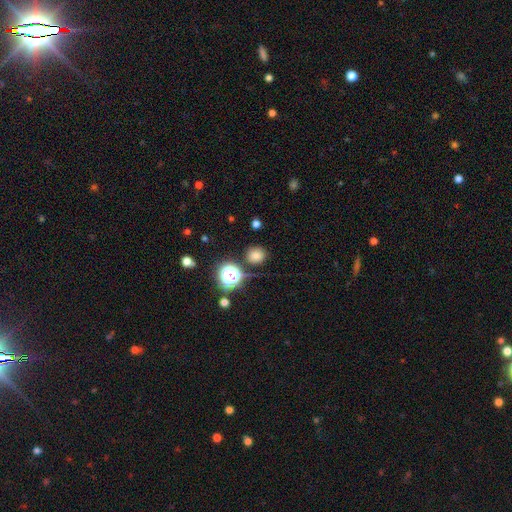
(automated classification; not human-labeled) Morphology: type=smooth (71%); roundness=round (89%); merging=none (81%).